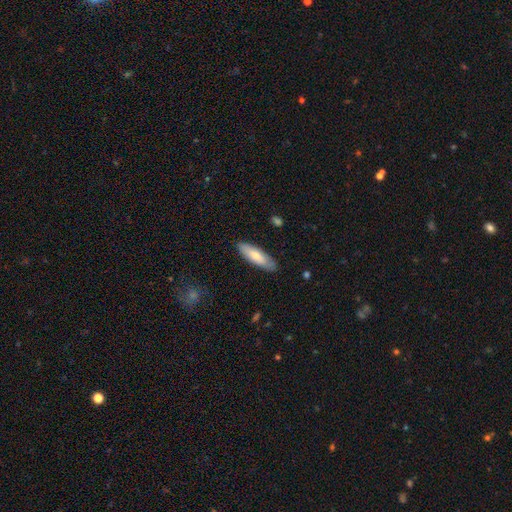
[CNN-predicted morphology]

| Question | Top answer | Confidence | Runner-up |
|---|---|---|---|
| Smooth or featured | smooth | 73% | featured or disk (22%) |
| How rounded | cigar-shaped | 53% | in between (46%) |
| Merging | none | 85% | minor disturbance (11%) |